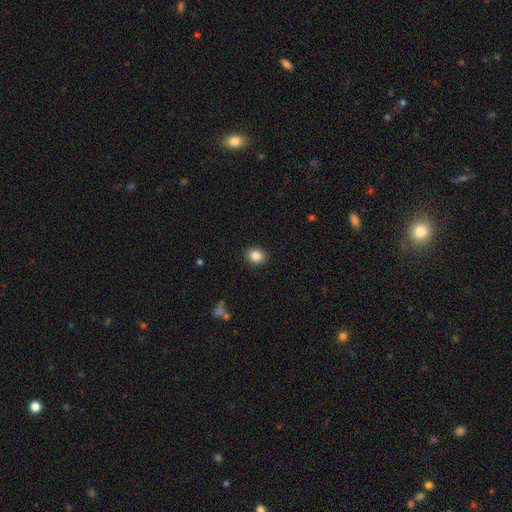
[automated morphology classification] Q: Smooth or featured?
A: smooth (85%); runner-up: star or artifact (10%)
Q: How rounded?
A: round (59%); runner-up: in between (40%)
Q: Merging?
A: none (90%); runner-up: minor disturbance (7%)